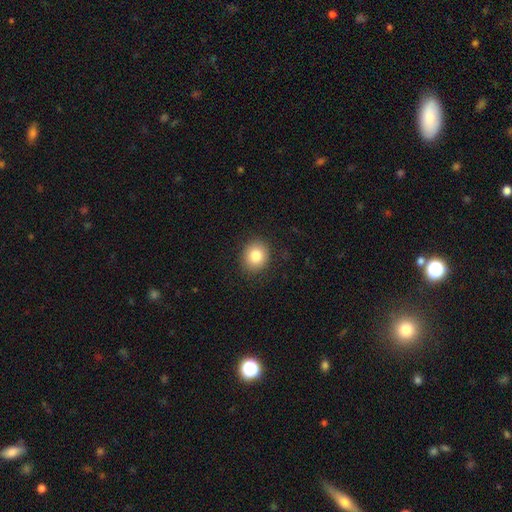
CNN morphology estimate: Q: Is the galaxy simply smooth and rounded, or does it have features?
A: smooth — 83%.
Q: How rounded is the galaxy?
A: round — 76%.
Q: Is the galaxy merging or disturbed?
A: none — 89%.